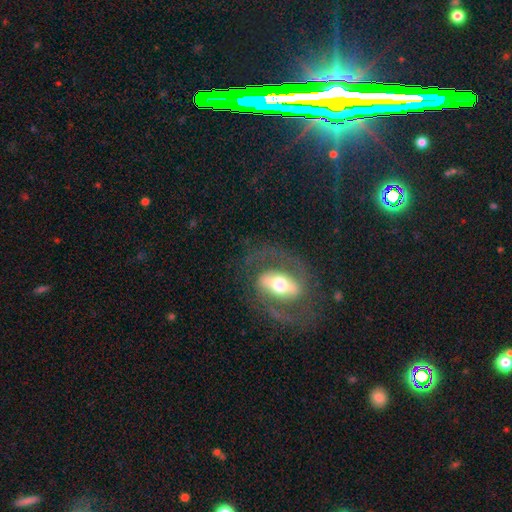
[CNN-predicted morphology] This appears to be a featured or disk galaxy (72%) with a weak bar (39%), 2 (74%) medium (44%) spiral arms (82%) and a moderate central bulge (59%). Merging: none (76%).